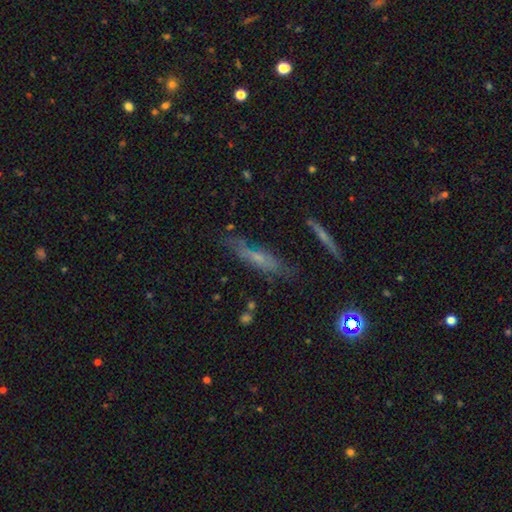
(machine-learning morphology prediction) Smooth or featured?
  - featured or disk: 45% *
  - smooth: 39%
  - star or artifact: 16%
Merging?
  - none: 67% *
  - minor disturbance: 21%
  - major disturbance: 8%
  - merger: 4%